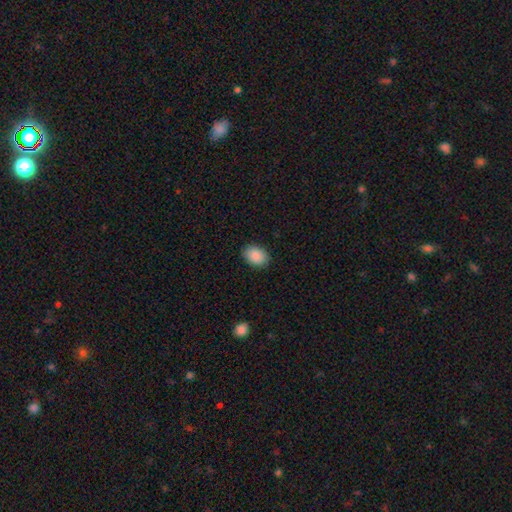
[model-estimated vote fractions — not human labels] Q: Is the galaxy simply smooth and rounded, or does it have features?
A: smooth — 90%.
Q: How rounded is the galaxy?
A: in between — 77%.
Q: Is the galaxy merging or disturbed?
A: none — 88%.